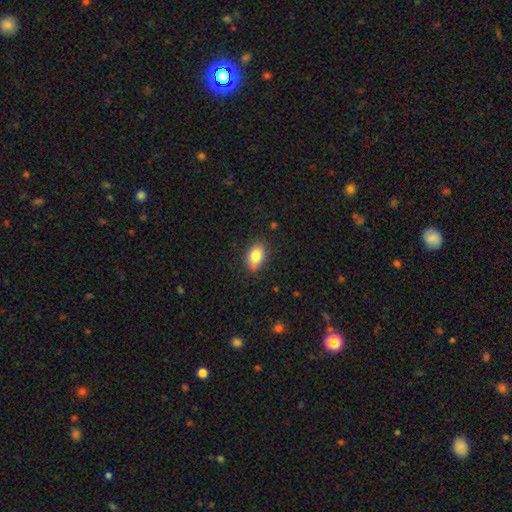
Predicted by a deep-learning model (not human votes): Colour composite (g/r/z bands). It shows a smooth galaxy with no disk features (82%) that is in between round and cigar-shaped (87%). Merging: none (80%).